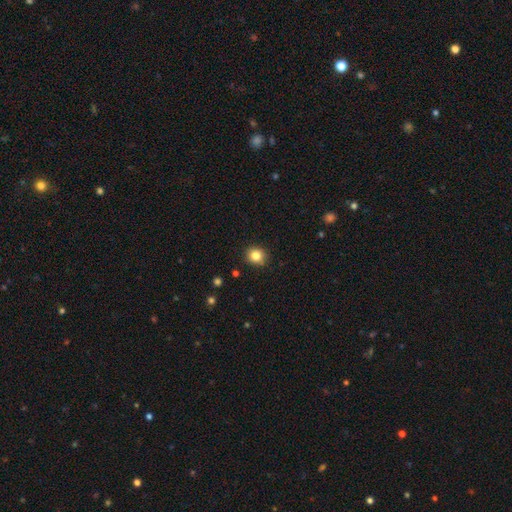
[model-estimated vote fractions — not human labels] A smooth galaxy with no disk features (84%) that is round (81%). Merging: none (89%).